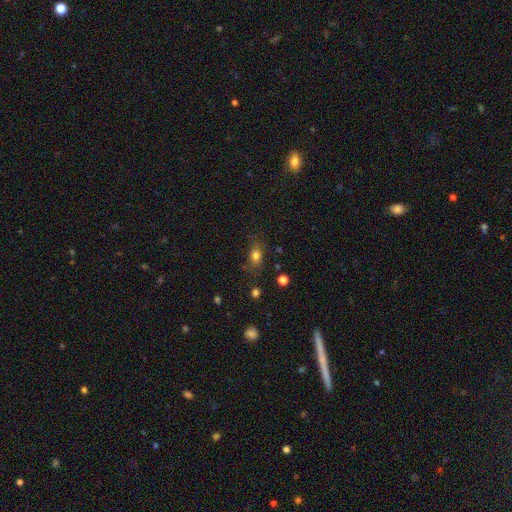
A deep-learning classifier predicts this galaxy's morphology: smooth_or_featured: smooth (p=0.78) [alt: star or artifact p=0.13]
how_rounded: in between (p=0.69) [alt: round p=0.28]
merging: none (p=0.75) [alt: minor disturbance p=0.17]